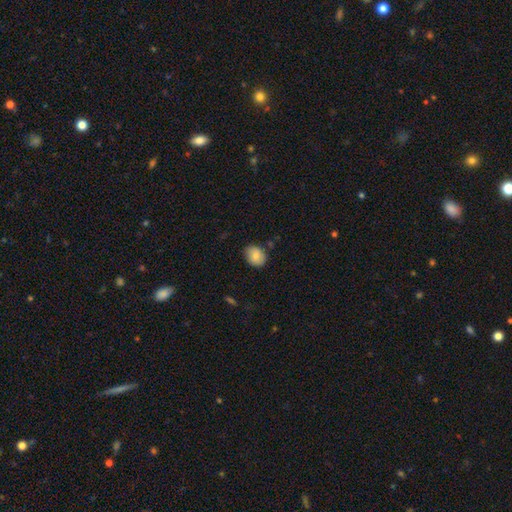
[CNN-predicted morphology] This is clearly a smooth galaxy (83%). How rounded: possibly round (52%). Merging: likely none (78%).